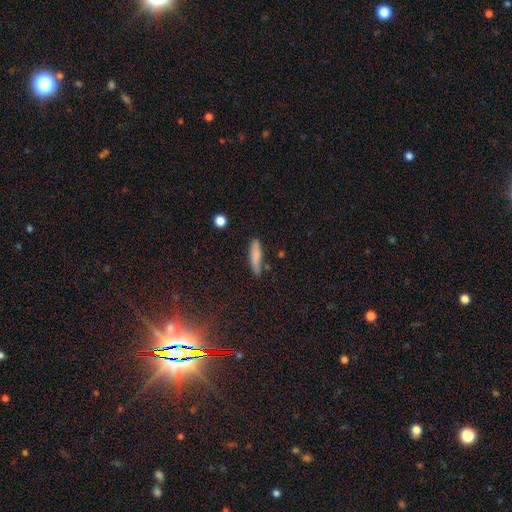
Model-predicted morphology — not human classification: Smooth or featured?
  - smooth: 81% *
  - featured or disk: 12%
  - star or artifact: 7%
How rounded?
  - cigar-shaped: 73% *
  - in between: 25%
  - round: 2%
Merging?
  - none: 77% *
  - minor disturbance: 16%
  - merger: 4%
  - major disturbance: 3%